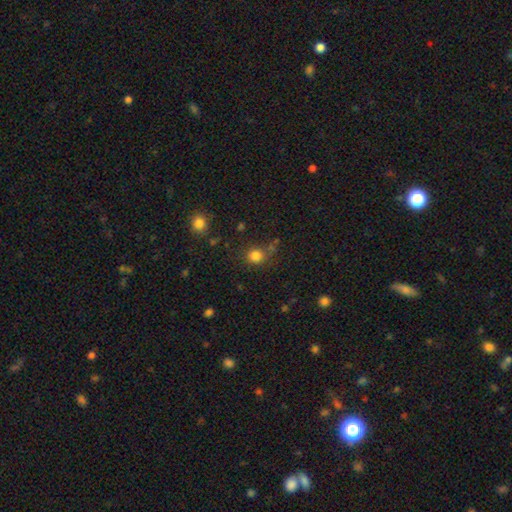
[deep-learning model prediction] smooth-or-featured: smooth: 81% | star or artifact: 14% | featured or disk: 5%
  how-rounded: round: 87% | in between: 12% | cigar-shaped: 1%
  merging: none: 75% | minor disturbance: 13% | merger: 7% | major disturbance: 5%